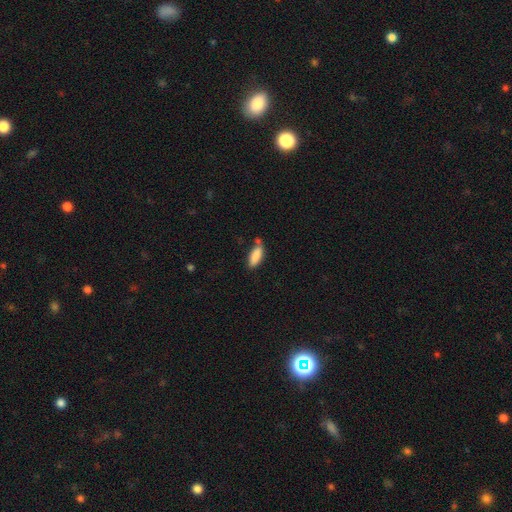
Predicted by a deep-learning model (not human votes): smooth-or-featured: smooth: 87% | featured or disk: 7% | star or artifact: 6%
  how-rounded: in between: 66% | cigar-shaped: 32% | round: 2%
  merging: none: 64% | minor disturbance: 20% | merger: 11% | major disturbance: 4%